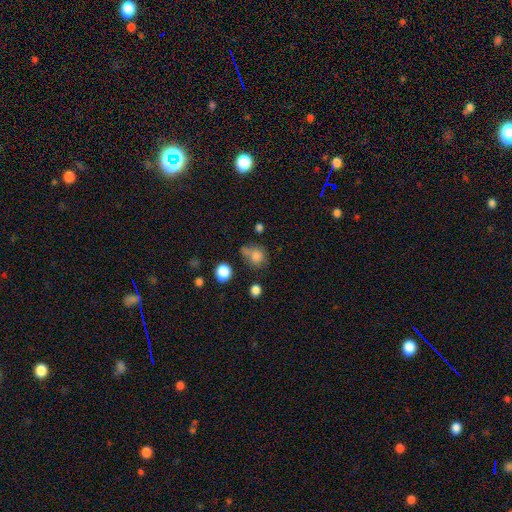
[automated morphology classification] Smooth or featured? Predicted: smooth (p=0.79). How rounded? Predicted: round (p=0.77). Merging? Predicted: none (p=0.53).